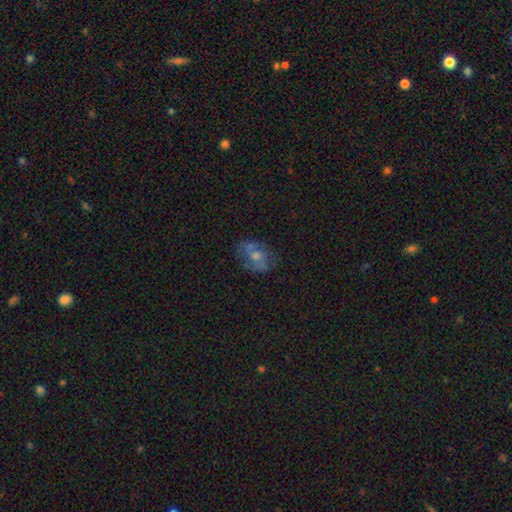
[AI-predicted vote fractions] The model was most divided on "smooth or featured": featured or disk: 49%, smooth: 39%, star or artifact: 12%. More confident: merging — none (57%).